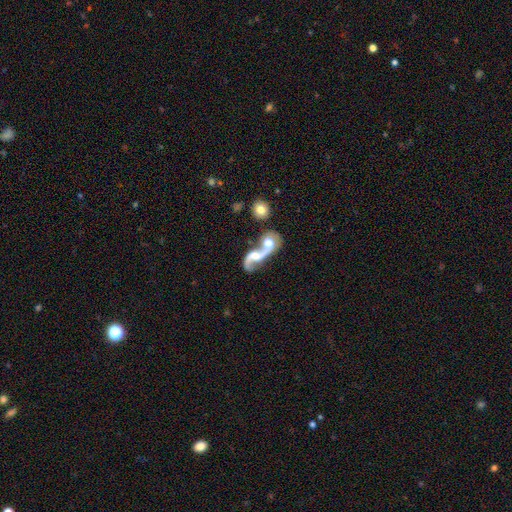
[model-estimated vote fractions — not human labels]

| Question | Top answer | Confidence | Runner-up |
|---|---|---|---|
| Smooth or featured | featured or disk | 80% | smooth (14%) |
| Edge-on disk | no | 96% | yes (4%) |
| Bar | no | 52% | weak (36%) |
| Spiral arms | yes | 91% | no (9%) |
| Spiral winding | loose | 81% | medium (16%) |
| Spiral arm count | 2 | 86% | 1 (8%) |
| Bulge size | moderate | 52% | small (25%) |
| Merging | merger | 62% | none (19%) |